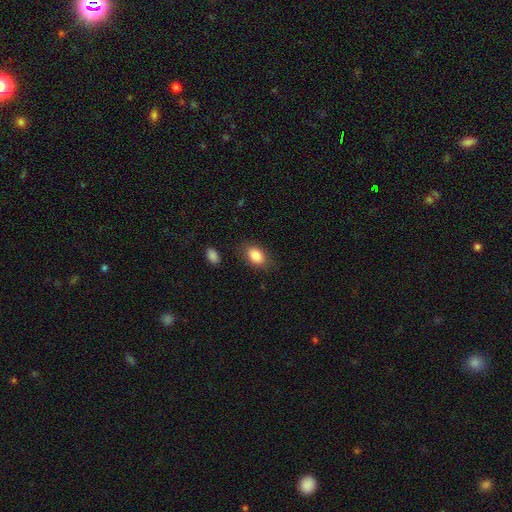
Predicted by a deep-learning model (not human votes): This is clearly a smooth galaxy (85%). How rounded: clearly in between (86%). Merging: likely none (80%).